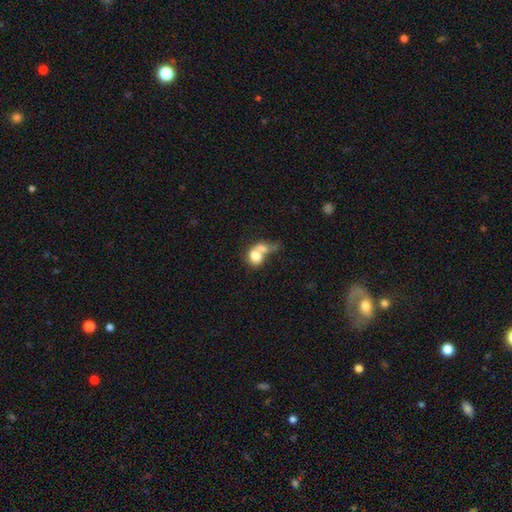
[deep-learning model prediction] A smooth galaxy with no disk features (70%) that is in between round and cigar-shaped (50%). Merging: merger (63%).